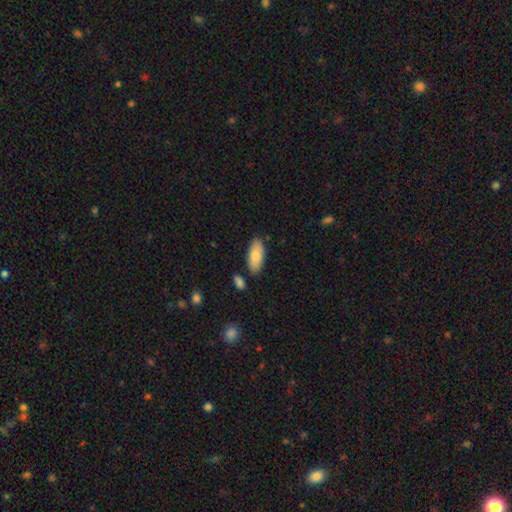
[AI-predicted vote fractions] The model was most divided on "smooth or featured": smooth: 79%, featured or disk: 15%, star or artifact: 6%. More confident: how rounded — in between (89%); merging — none (83%).